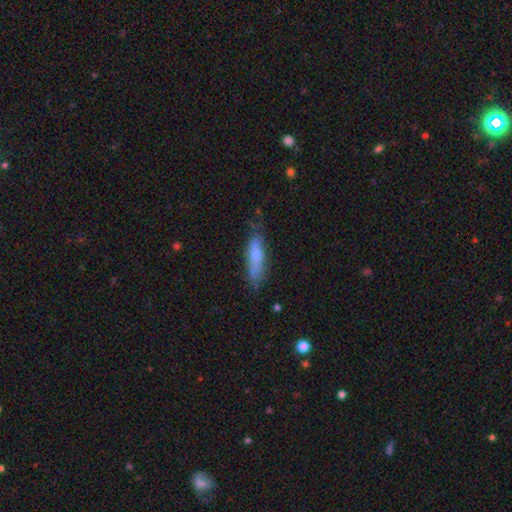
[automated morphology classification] The model was most divided on "smooth or featured": smooth: 61%, featured or disk: 32%, star or artifact: 7%. More confident: how rounded — cigar-shaped (68%); merging — none (67%).